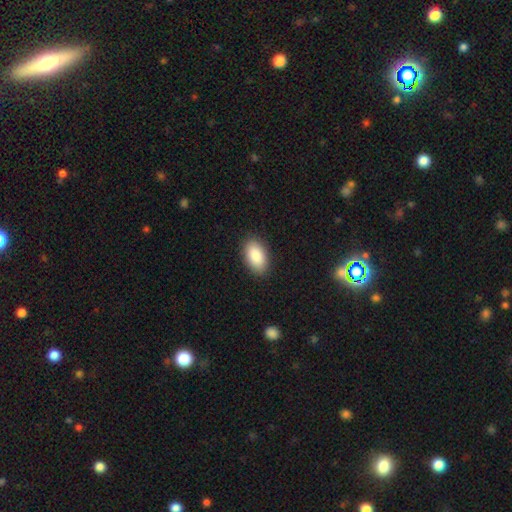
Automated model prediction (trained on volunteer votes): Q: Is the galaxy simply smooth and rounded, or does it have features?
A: smooth — 90%.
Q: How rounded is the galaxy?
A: in between — 94%.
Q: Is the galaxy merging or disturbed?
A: none — 89%.